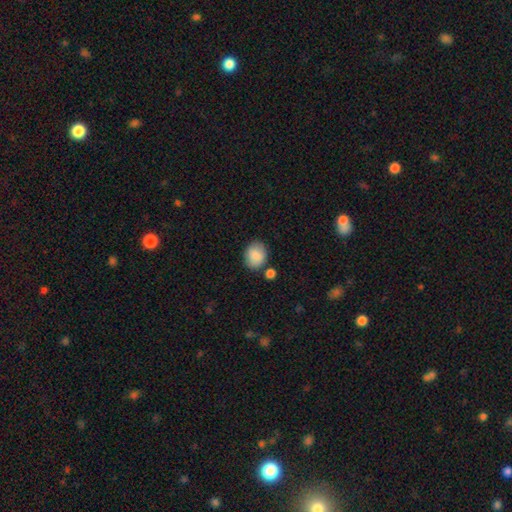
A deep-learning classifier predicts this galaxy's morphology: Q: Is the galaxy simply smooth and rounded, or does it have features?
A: smooth — 87%.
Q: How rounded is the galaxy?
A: round — 50%.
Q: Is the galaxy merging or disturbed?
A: none — 74%.